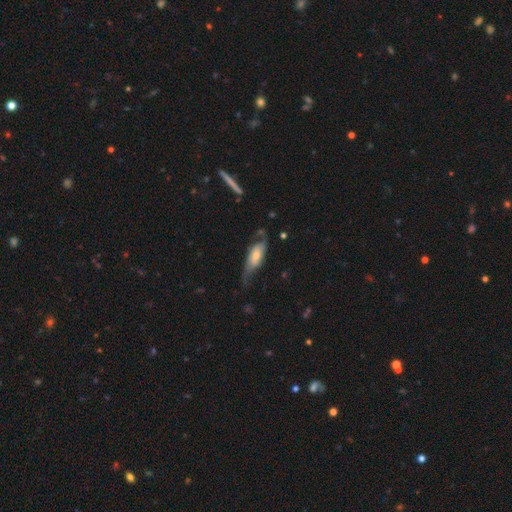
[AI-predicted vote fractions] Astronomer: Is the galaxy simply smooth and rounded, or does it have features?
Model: featured or disk — 57% (runner-up: smooth, 37%).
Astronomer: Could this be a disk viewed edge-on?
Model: no — 77%.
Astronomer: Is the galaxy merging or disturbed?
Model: none — 47% (runner-up: minor disturbance, 29%).